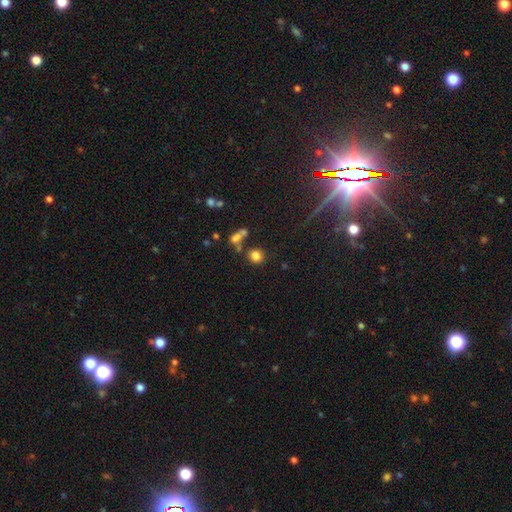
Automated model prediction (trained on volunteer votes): Overall: smooth (80%). How rounded: round (88%). Merging: none (73%).